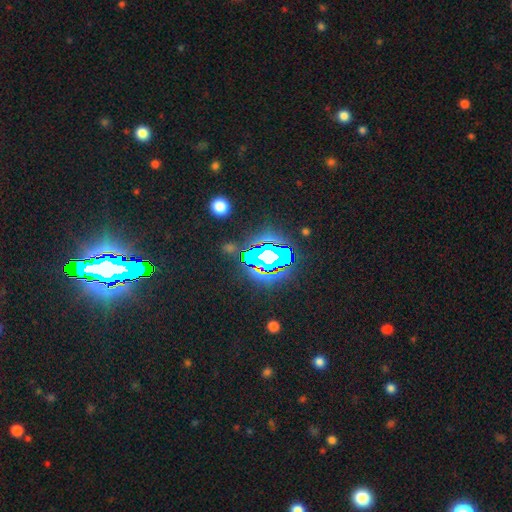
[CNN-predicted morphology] This appears to be a star or artifact, not a galaxy (81%).